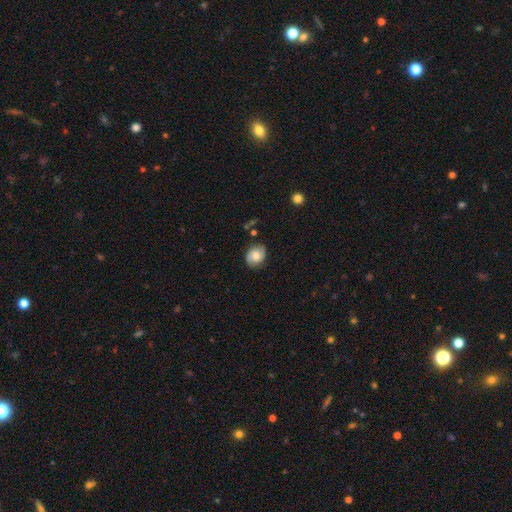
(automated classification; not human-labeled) Smooth or featured: smooth — 52% (featured or disk — 39%)
How rounded: round — 52% (in between — 47%)
Merging: none — 80% (minor disturbance — 14%)